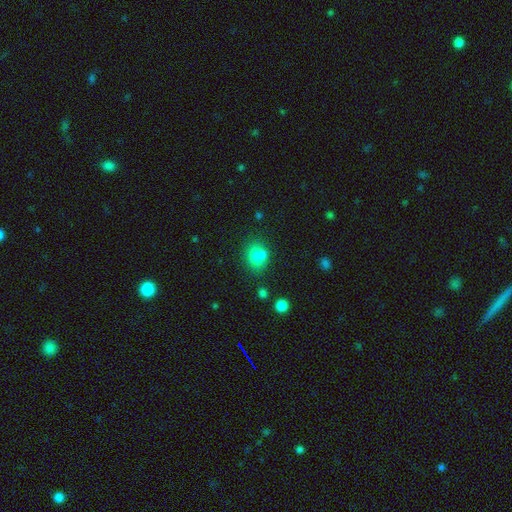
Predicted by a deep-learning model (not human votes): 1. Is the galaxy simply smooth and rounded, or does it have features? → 74% smooth, 13% featured or disk, 13% star or artifact.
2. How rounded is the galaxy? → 51% round, 47% in between, 1% cigar-shaped.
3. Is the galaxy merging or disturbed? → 44% none, 35% merger, 15% minor disturbance, 6% major disturbance.